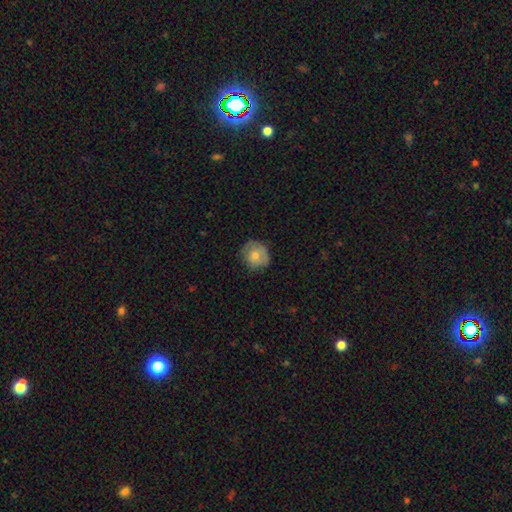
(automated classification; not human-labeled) Smooth or featured: smooth — 68% (featured or disk — 24%)
How rounded: round — 85% (in between — 14%)
Merging: none — 67% (minor disturbance — 25%)